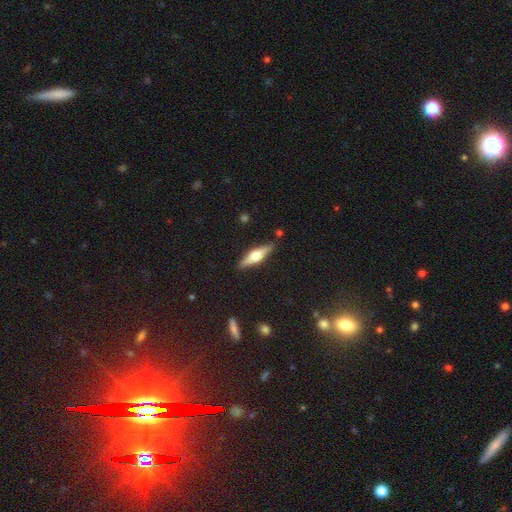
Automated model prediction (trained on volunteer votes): smooth_or_featured: featured or disk (p=0.65) [alt: smooth p=0.29]
disk_edge_on: yes (p=0.96) [alt: no p=0.04]
edge_on_bulge: rounded (p=0.93) [alt: boxy p=0.05]
merging: none (p=0.88) [alt: minor disturbance p=0.08]